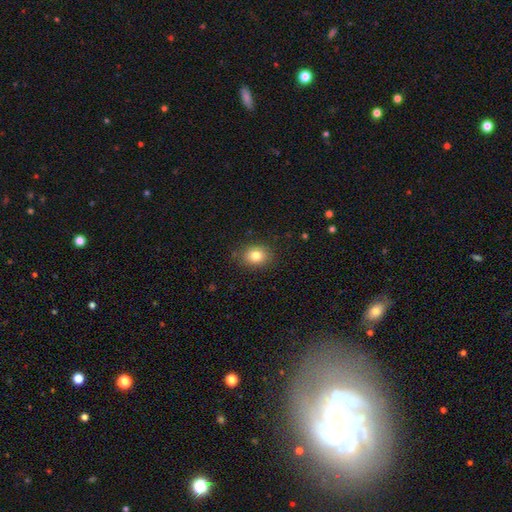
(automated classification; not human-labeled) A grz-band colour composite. It shows a smooth galaxy with no disk features (82%) that is round (53%). Merging: none (86%).